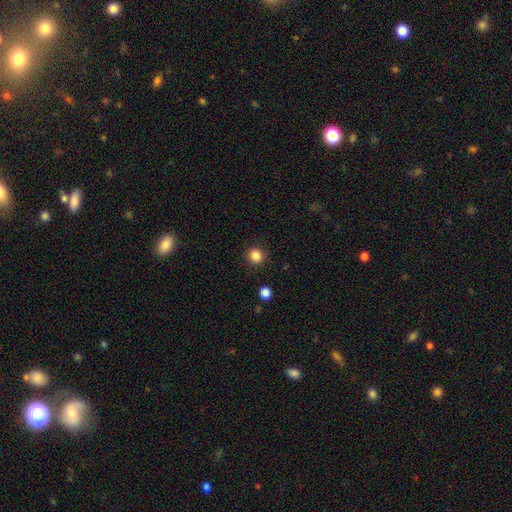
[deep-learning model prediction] Overall: smooth (85%). How rounded: round (91%). Merging: none (90%).